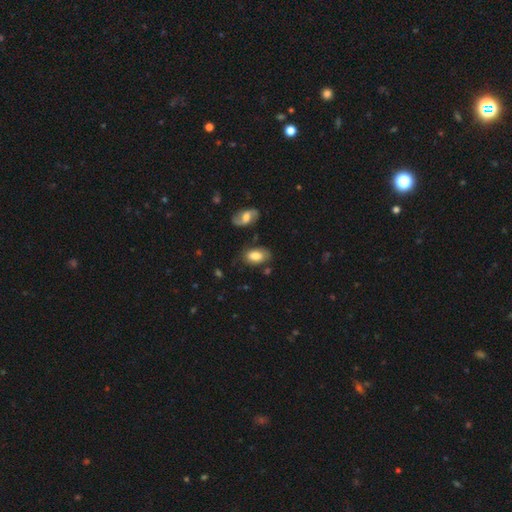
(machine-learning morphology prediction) Smooth or featured: smooth — 77% (featured or disk — 16%)
How rounded: in between — 91% (round — 7%)
Merging: none — 73% (minor disturbance — 18%)